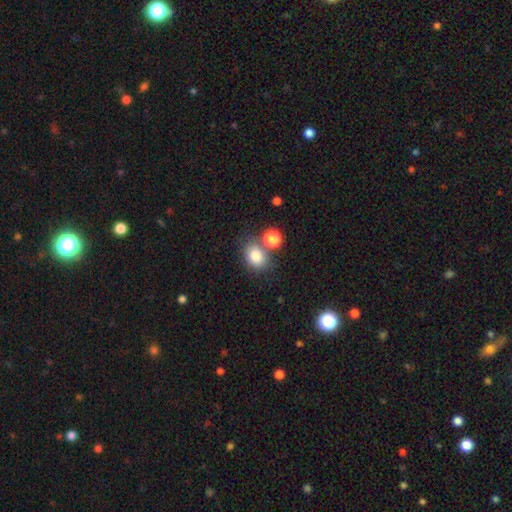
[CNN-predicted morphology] type=smooth (82%); roundness=in between (50%); merging=none (60%).